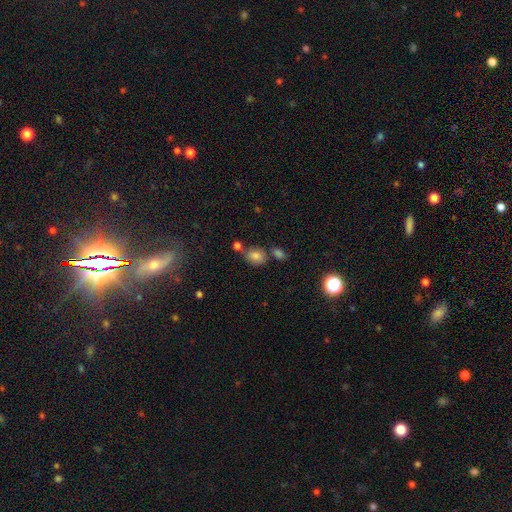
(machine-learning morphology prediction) type=smooth (79%); roundness=in between (50%); merging=none (58%).